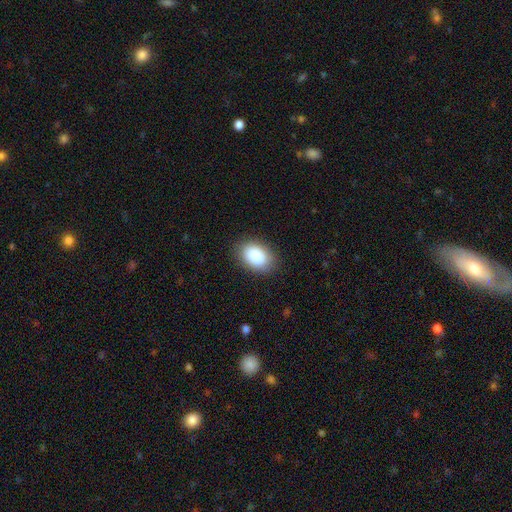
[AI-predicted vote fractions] A smooth galaxy with no disk features (88%) that is in between round and cigar-shaped (86%). Merging: none (86%).